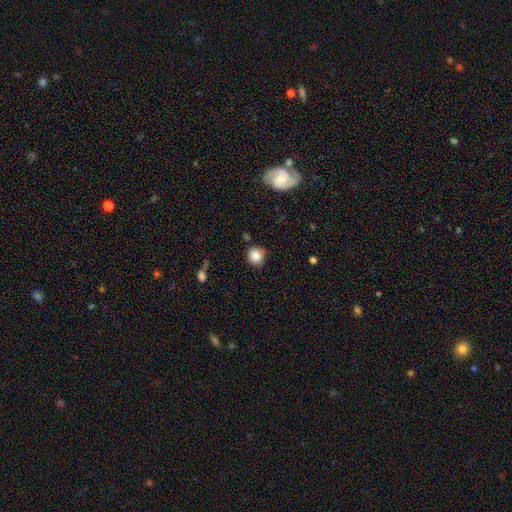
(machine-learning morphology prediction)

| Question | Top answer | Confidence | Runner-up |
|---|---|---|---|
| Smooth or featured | smooth | 85% | star or artifact (10%) |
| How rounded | round | 91% | in between (8%) |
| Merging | none | 83% | minor disturbance (12%) |